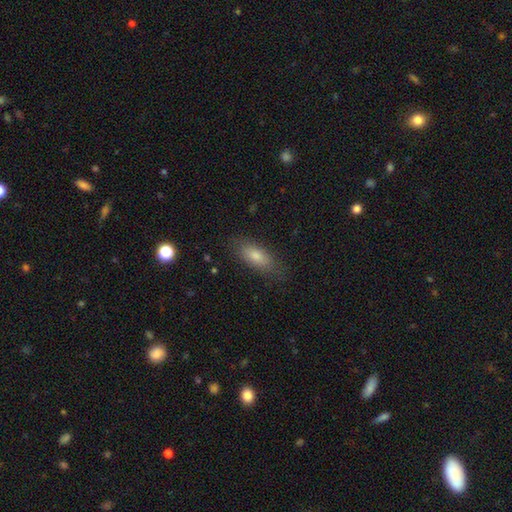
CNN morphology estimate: A smooth galaxy with no disk features (75%) that is in between round and cigar-shaped (71%).

Vote fractions:
- Smooth or featured? smooth: 75% / featured or disk: 16% / star or artifact: 9%
- How rounded? in between: 71% / cigar-shaped: 26% / round: 3%
- Merging? none: 82% / minor disturbance: 13% / major disturbance: 4% / merger: 1%